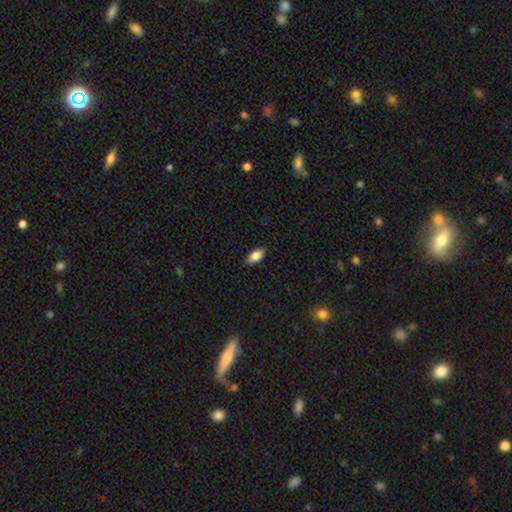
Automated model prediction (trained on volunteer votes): smooth 82%, featured or disk 10%, star or artifact 7%. Down the decision tree: how rounded — in between (89%); merging — none (86%).